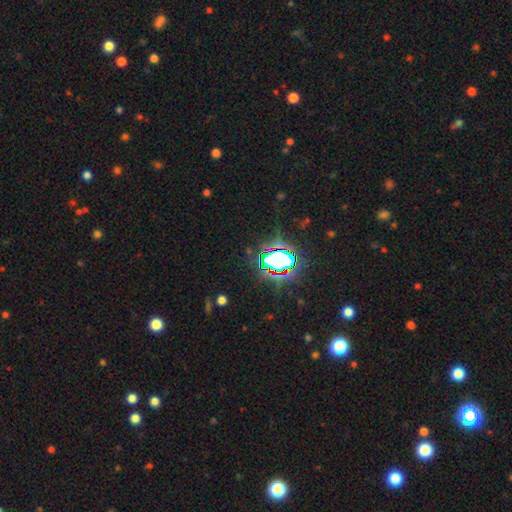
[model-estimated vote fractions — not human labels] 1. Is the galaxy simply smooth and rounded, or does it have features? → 82% star or artifact, 11% smooth, 7% featured or disk.